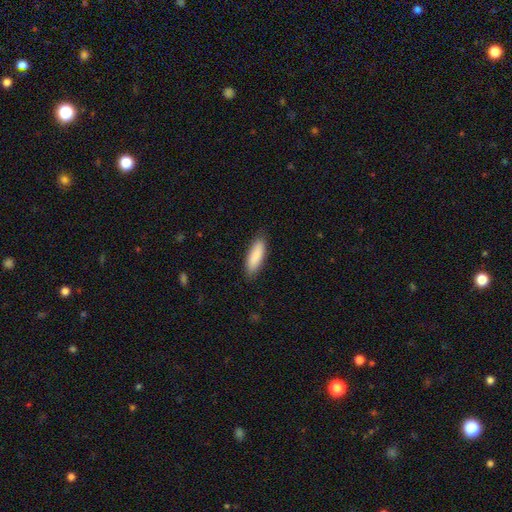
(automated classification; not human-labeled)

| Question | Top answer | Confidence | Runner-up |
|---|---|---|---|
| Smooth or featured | smooth | 88% | featured or disk (6%) |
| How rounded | in between | 51% | cigar-shaped (48%) |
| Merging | none | 86% | minor disturbance (11%) |